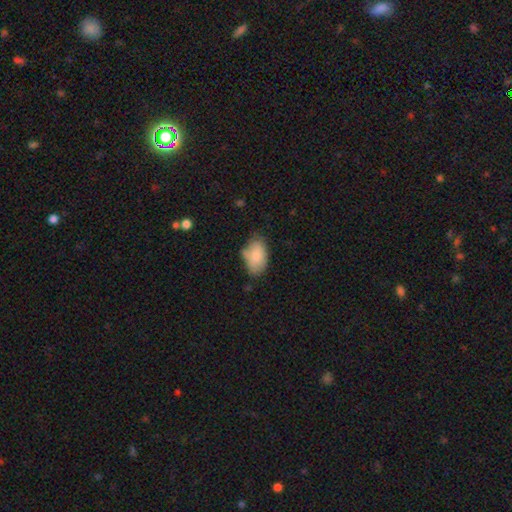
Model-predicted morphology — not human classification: Smooth or featured?
  - smooth: 82% *
  - featured or disk: 11%
  - star or artifact: 7%
How rounded?
  - in between: 92% *
  - round: 6%
  - cigar-shaped: 1%
Merging?
  - none: 57% *
  - minor disturbance: 30%
  - major disturbance: 7%
  - merger: 6%